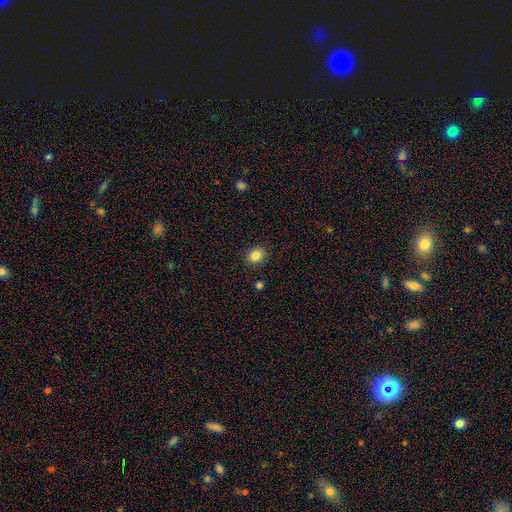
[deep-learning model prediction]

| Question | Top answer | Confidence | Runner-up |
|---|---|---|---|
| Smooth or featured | smooth | 84% | star or artifact (10%) |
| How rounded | in between | 54% | round (45%) |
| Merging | none | 88% | minor disturbance (8%) |